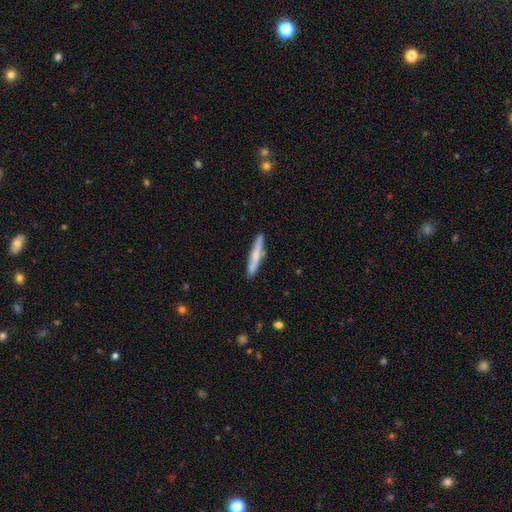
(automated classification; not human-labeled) Morphology: type=smooth (63%); roundness=cigar-shaped (94%); merging=none (87%).